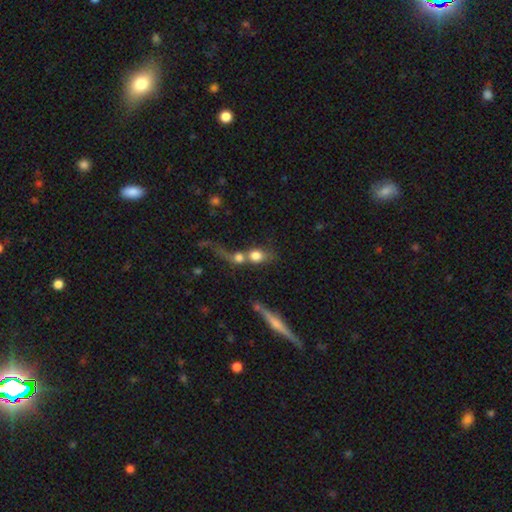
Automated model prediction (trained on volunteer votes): Q: Smooth or featured?
A: smooth (72%); runner-up: featured or disk (18%)
Q: How rounded?
A: round (52%); runner-up: in between (40%)
Q: Merging?
A: merger (61%); runner-up: none (22%)